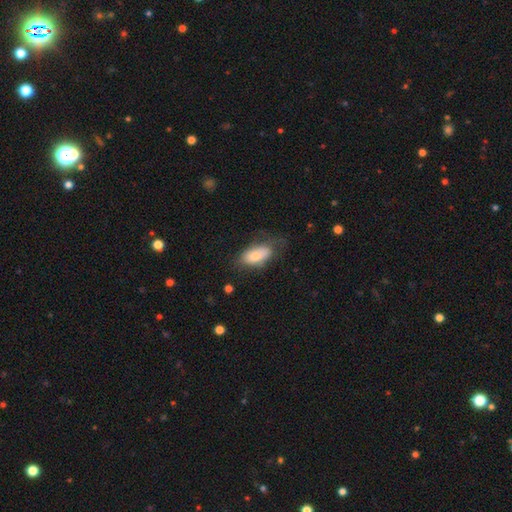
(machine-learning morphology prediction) smooth-or-featured: smooth: 73% | featured or disk: 20% | star or artifact: 7%
  how-rounded: in between: 90% | cigar-shaped: 6% | round: 4%
  merging: none: 51% | minor disturbance: 29% | major disturbance: 18% | merger: 2%